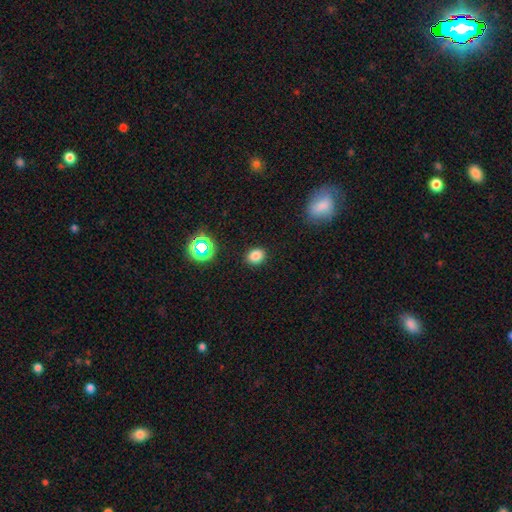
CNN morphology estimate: smooth_or_featured: smooth (p=0.79) [alt: star or artifact p=0.16]
how_rounded: in between (p=0.50) [alt: round p=0.49]
merging: none (p=0.88) [alt: minor disturbance p=0.08]